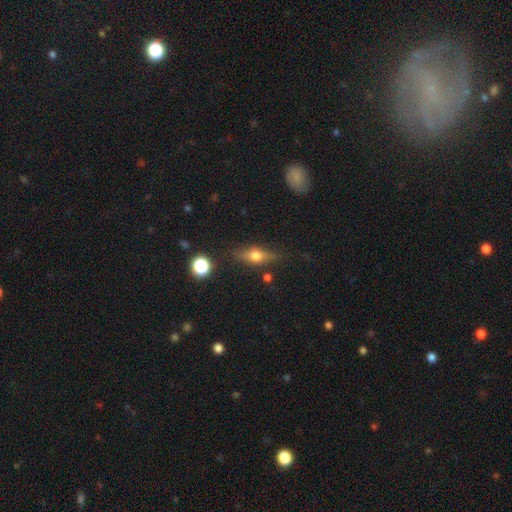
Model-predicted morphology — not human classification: Q: Smooth or featured?
A: featured or disk (49%); runner-up: smooth (41%)
Q: Merging?
A: none (82%); runner-up: minor disturbance (12%)